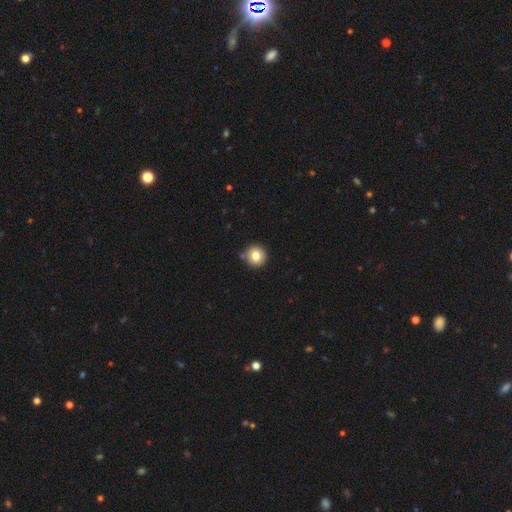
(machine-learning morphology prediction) A smooth galaxy with no disk features (81%) that is round (95%). Merging: none (84%).